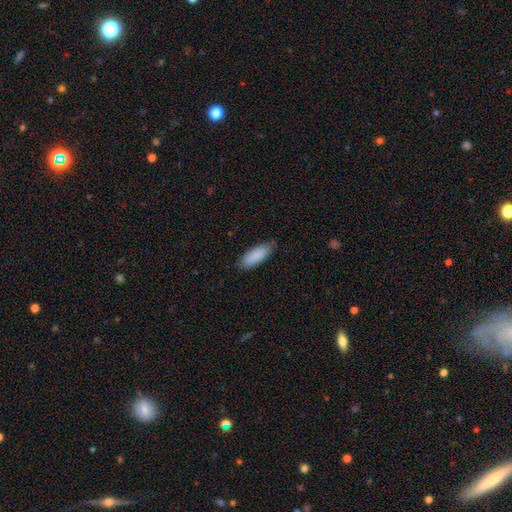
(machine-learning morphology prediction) A smooth galaxy with no disk features (88%) that is in between round and cigar-shaped (75%). Merging: none (76%).